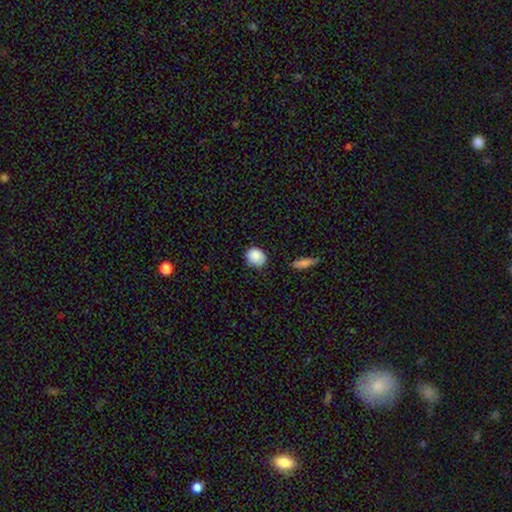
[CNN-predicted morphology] Smooth or featured? smooth (87%)
How rounded? round (64%)
Merging? none (81%)